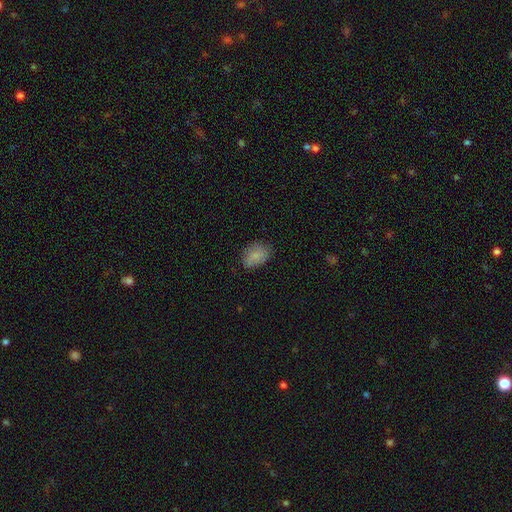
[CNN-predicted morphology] Smooth or featured? smooth (81%)
How rounded? in between (77%)
Merging? none (73%)